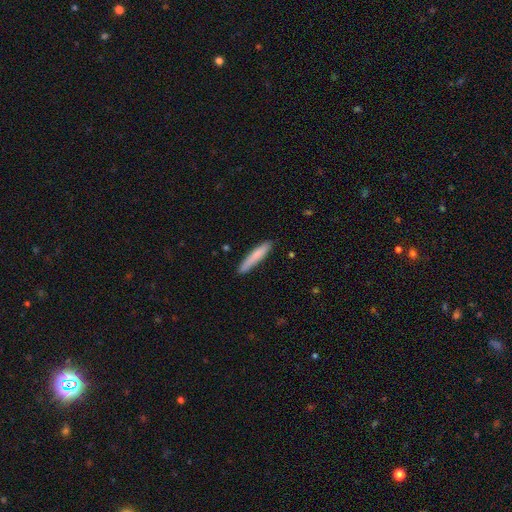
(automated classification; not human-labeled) Q: Smooth or featured?
A: smooth (78%); runner-up: featured or disk (16%)
Q: How rounded?
A: cigar-shaped (93%); runner-up: in between (6%)
Q: Merging?
A: none (86%); runner-up: minor disturbance (11%)